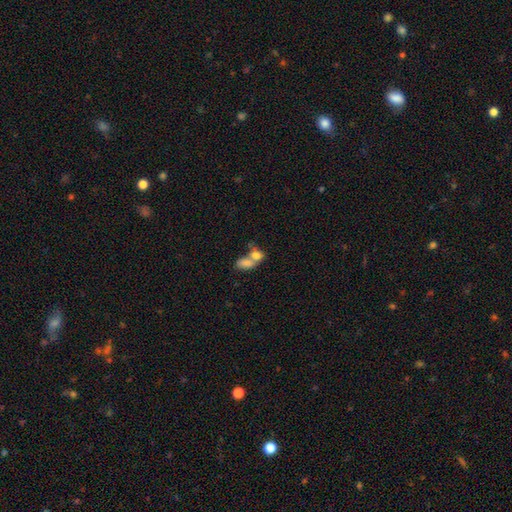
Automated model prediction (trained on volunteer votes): This is likely a smooth galaxy (77%). How rounded: likely in between (80%). Merging: likely merger (70%).